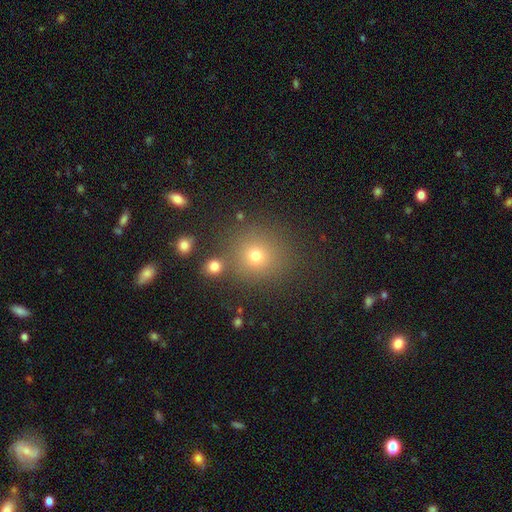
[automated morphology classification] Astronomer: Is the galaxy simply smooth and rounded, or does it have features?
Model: smooth — 70%.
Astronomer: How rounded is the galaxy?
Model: round — 90%.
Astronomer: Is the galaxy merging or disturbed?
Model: none — 81%.